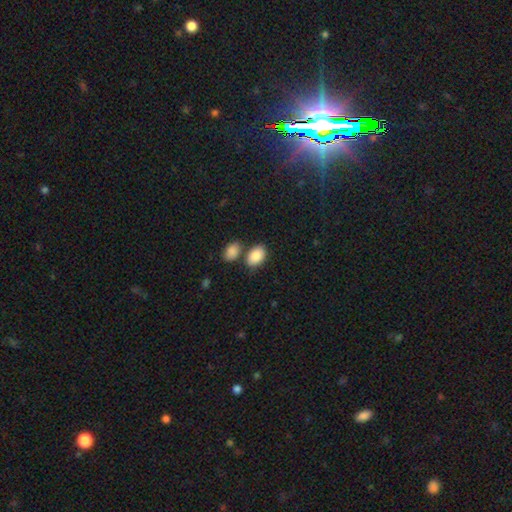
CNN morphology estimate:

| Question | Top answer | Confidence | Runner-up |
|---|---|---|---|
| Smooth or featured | smooth | 88% | star or artifact (7%) |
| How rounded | in between | 89% | round (10%) |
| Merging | none | 62% | merger (22%) |